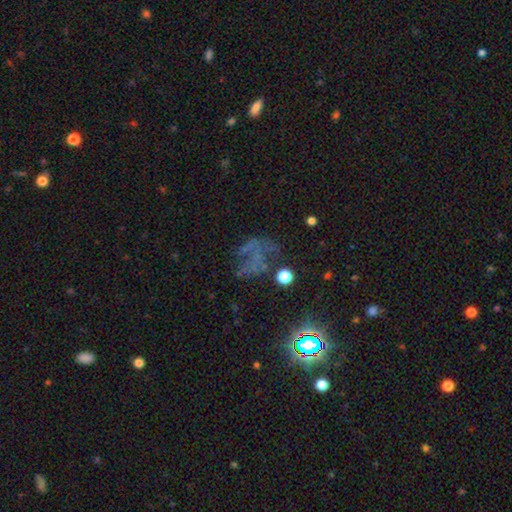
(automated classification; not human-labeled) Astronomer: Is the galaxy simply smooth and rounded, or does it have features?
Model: star or artifact — 43% (runner-up: featured or disk, 34%).